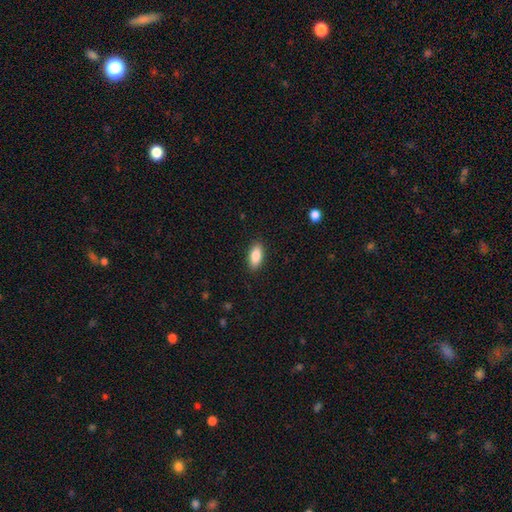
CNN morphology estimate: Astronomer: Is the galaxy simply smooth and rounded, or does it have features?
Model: smooth — 86%.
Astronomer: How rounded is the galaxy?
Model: in between — 87%.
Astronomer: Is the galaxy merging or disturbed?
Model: none — 89%.